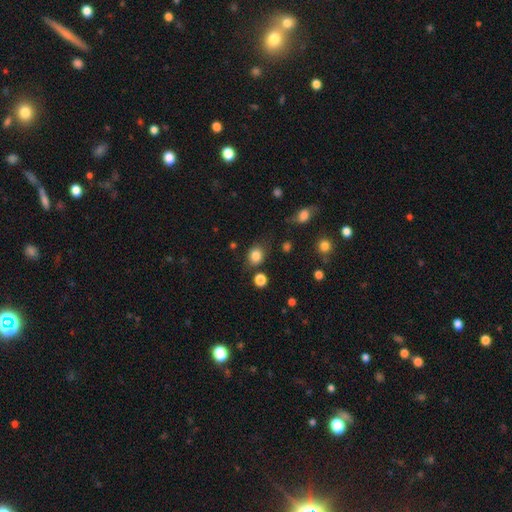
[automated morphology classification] Smooth or featured? Predicted: smooth (p=0.83). How rounded? Predicted: round (p=0.59). Merging? Predicted: none (p=0.75).